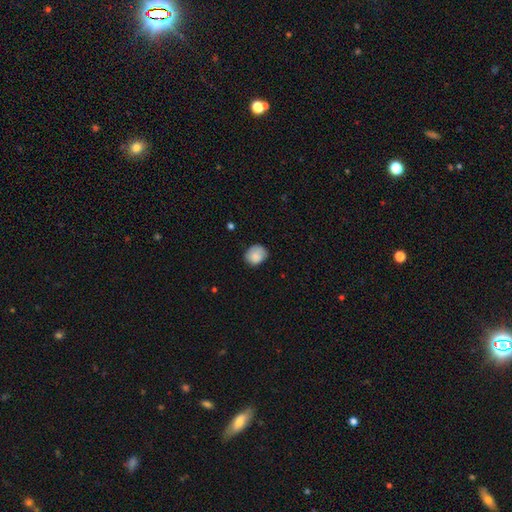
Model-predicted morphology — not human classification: Overall: smooth (83%). How rounded: round (61%; in between 38%). Merging: none (67%).